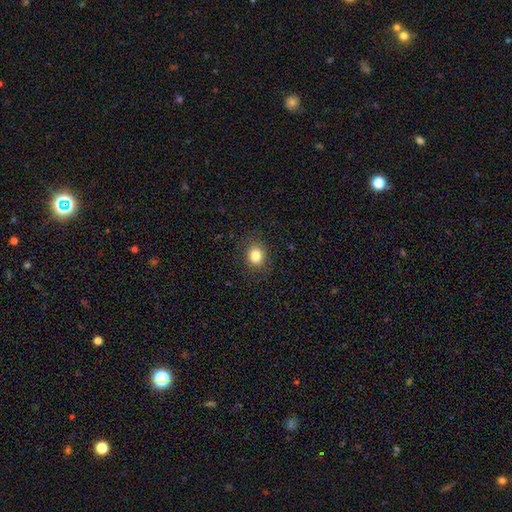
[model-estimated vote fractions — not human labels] Q: Smooth or featured?
A: smooth (83%); runner-up: star or artifact (11%)
Q: How rounded?
A: round (66%); runner-up: in between (34%)
Q: Merging?
A: none (86%); runner-up: minor disturbance (10%)